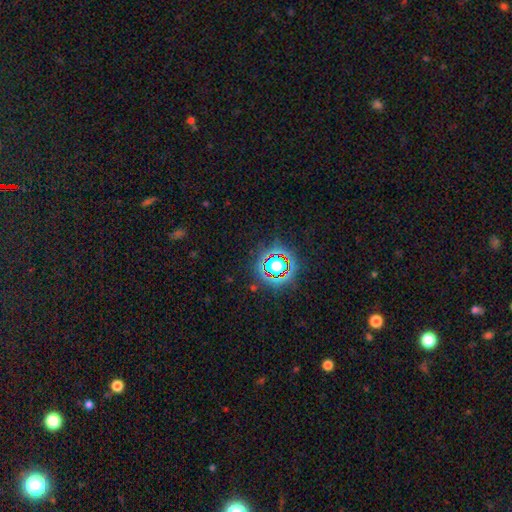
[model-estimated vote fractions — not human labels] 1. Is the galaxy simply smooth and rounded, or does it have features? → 78% star or artifact, 15% smooth, 8% featured or disk.